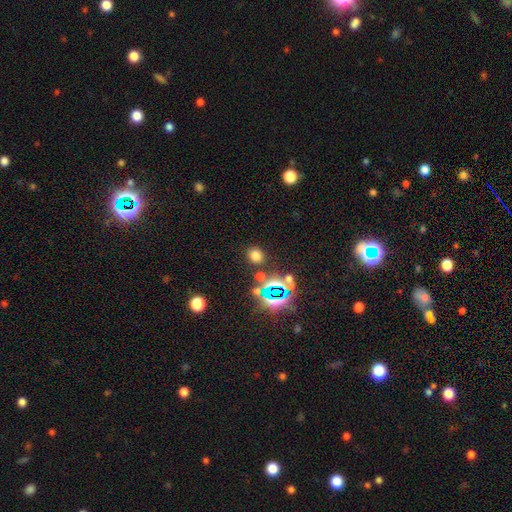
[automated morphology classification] smooth 66%, star or artifact 28%, featured or disk 6%. Down the decision tree: how rounded — round (72%); merging — none (82%).